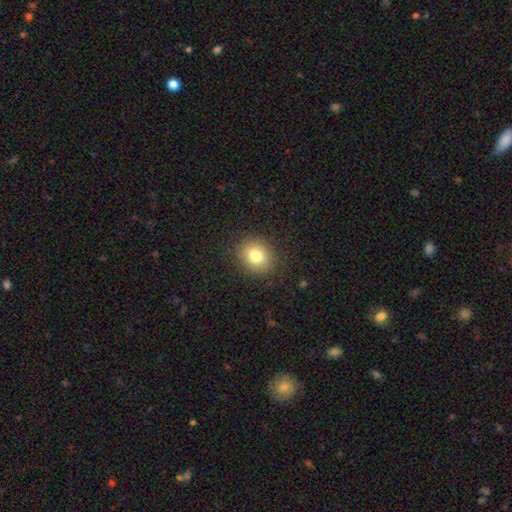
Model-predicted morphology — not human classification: A smooth galaxy with no disk features (79%) that is round (74%). Merging: none (89%).